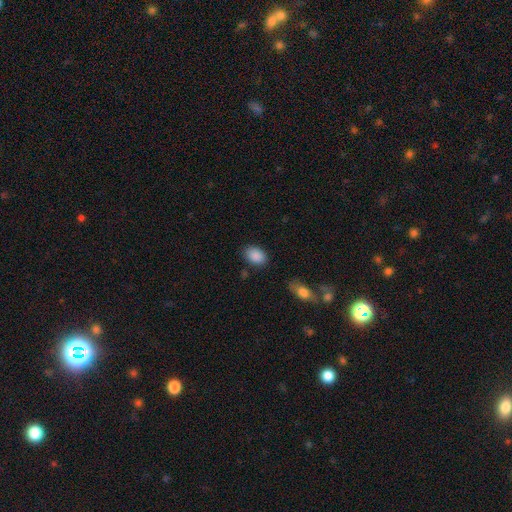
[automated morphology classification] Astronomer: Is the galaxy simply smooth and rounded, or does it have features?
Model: smooth — 89%.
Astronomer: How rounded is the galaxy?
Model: in between — 84%.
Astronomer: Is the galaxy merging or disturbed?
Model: none — 82%.